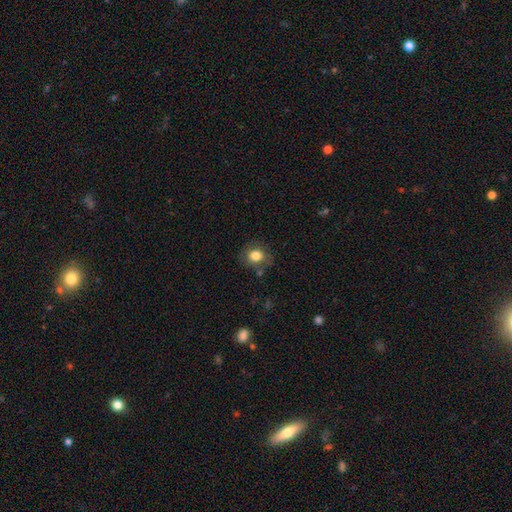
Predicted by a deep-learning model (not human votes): This is likely a smooth galaxy (78%). How rounded: likely round (67%). Merging: likely none (75%).